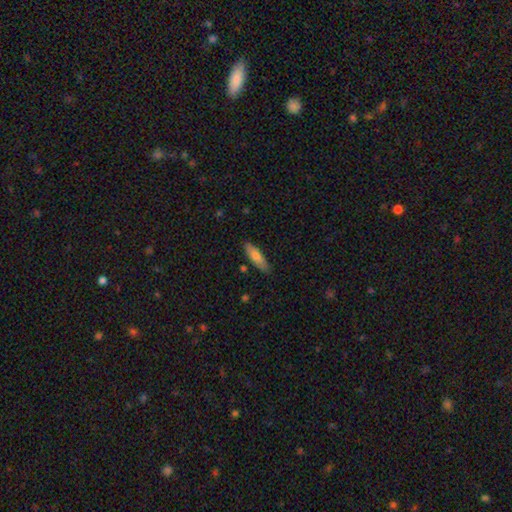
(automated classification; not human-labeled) The model was most divided on "how rounded": cigar-shaped: 54%, in between: 45%, round: 2%. More confident: merging — none (86%); smooth or featured — smooth (75%).